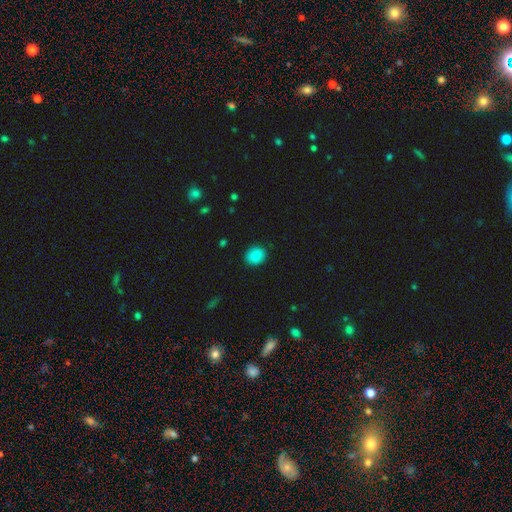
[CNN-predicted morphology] This appears to be a smooth galaxy with no disk features (88%) that is round (78%). Merging: none (89%).